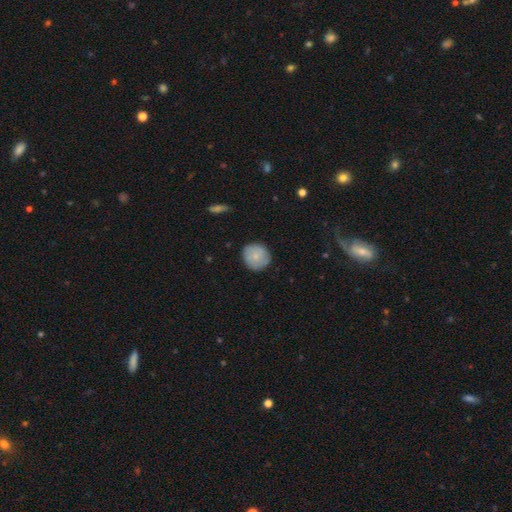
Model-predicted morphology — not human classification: Smooth or featured: smooth — 76% (featured or disk — 17%)
How rounded: round — 90% (in between — 9%)
Merging: none — 85% (minor disturbance — 12%)